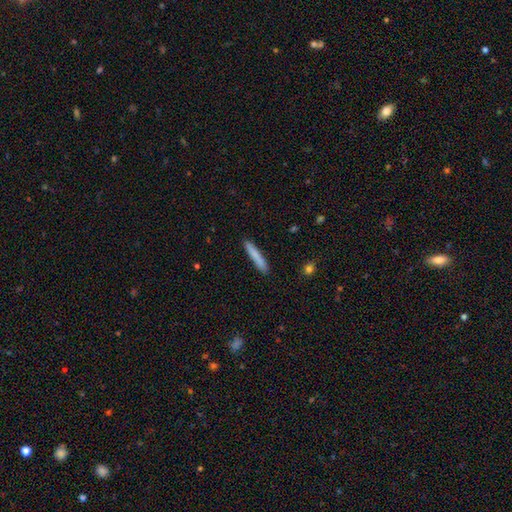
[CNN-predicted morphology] A smooth galaxy with no disk features (80%) that is cigar-shaped (94%). Merging: none (89%).